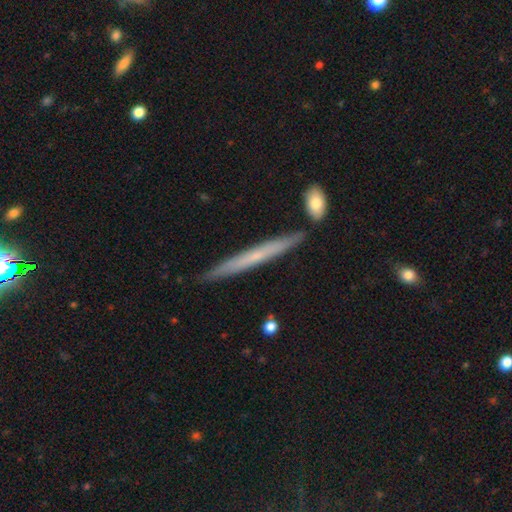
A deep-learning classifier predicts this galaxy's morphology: This is possibly a featured or disk galaxy (50%). It is clearly viewed edge-on (95%). Merging: clearly none (86%).